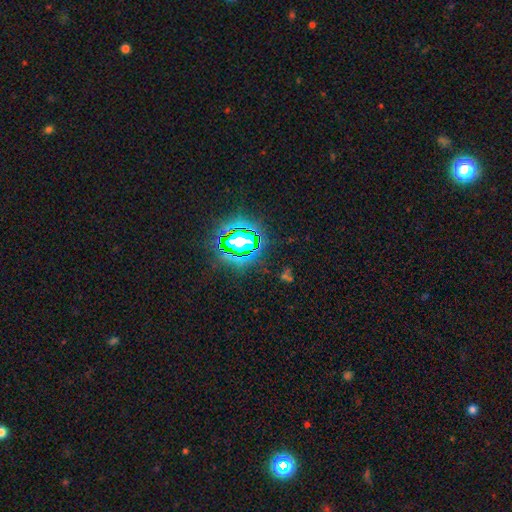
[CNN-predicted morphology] Overall: star or artifact (83%).